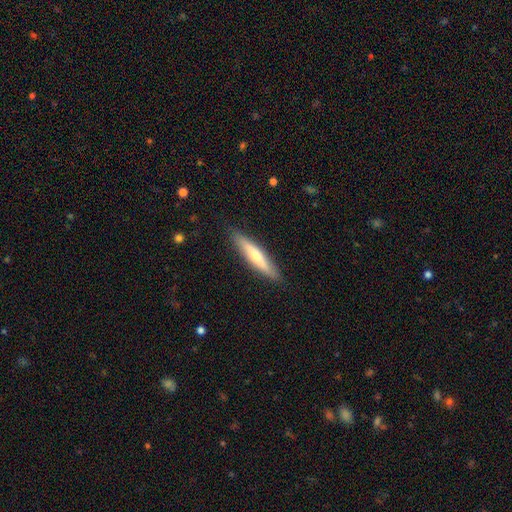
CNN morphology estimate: Q: Smooth or featured?
A: smooth (52%); runner-up: featured or disk (43%)
Q: How rounded?
A: cigar-shaped (88%); runner-up: in between (11%)
Q: Merging?
A: none (88%); runner-up: minor disturbance (9%)